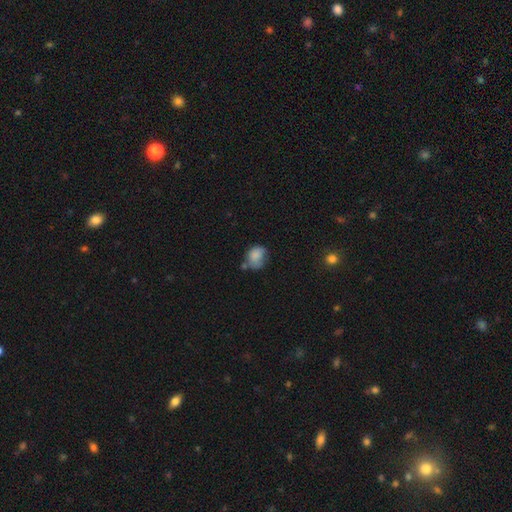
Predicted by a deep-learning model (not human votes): Smooth or featured: smooth — 78% (featured or disk — 13%)
How rounded: in between — 50% (round — 49%)
Merging: none — 39% (minor disturbance — 31%)